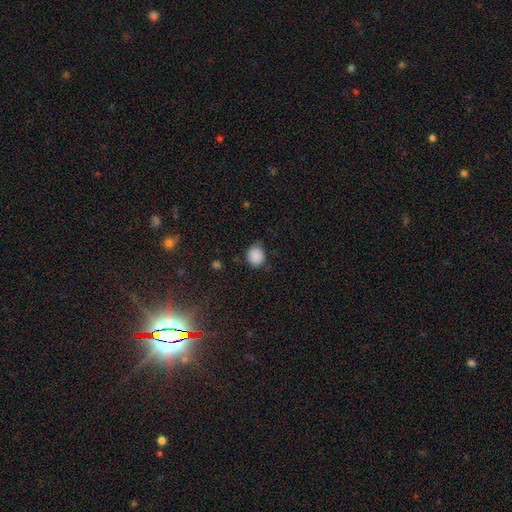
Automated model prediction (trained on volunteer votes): Morphology: type=smooth (88%); roundness=round (77%); merging=none (74%).